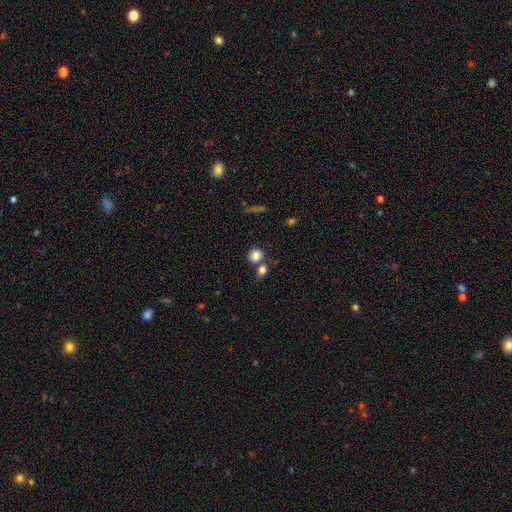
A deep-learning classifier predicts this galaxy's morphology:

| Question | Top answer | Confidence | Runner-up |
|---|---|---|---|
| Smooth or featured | smooth | 82% | star or artifact (10%) |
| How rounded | round | 77% | in between (21%) |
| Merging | none | 56% | merger (30%) |